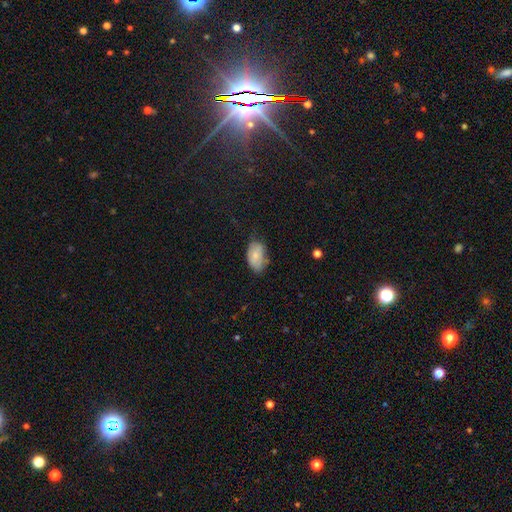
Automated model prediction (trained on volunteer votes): A smooth galaxy with no disk features (74%) that is in between round and cigar-shaped (91%). Merging: none (58%).